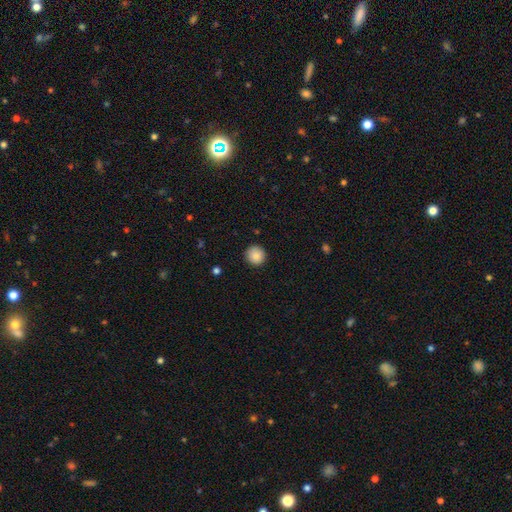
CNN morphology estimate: Overall: smooth (87%). How rounded: round (94%). Merging: none (91%).